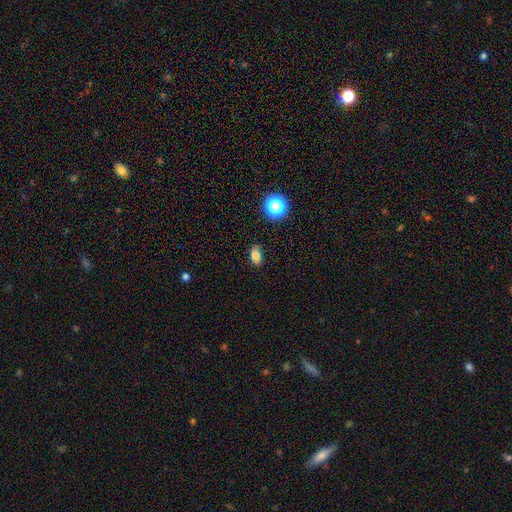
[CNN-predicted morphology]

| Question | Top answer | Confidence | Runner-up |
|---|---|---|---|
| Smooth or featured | smooth | 80% | star or artifact (13%) |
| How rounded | in between | 84% | round (14%) |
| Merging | none | 86% | minor disturbance (11%) |